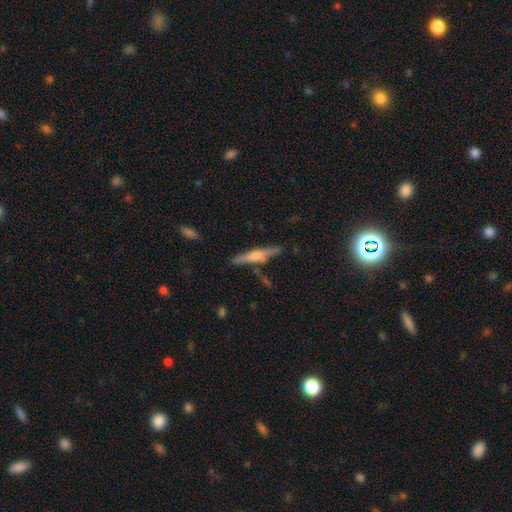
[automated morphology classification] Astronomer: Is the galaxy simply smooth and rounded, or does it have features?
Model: featured or disk — 59%.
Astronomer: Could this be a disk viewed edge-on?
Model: yes — 95%.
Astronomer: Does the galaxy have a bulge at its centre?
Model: rounded — 74%.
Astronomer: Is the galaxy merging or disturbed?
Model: none — 78%.